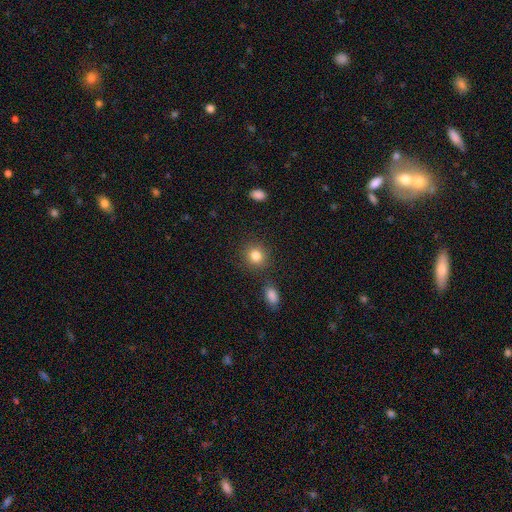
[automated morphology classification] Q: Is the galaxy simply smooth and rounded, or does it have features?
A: smooth — 84%.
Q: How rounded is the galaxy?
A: round — 84%.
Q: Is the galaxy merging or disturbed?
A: none — 86%.